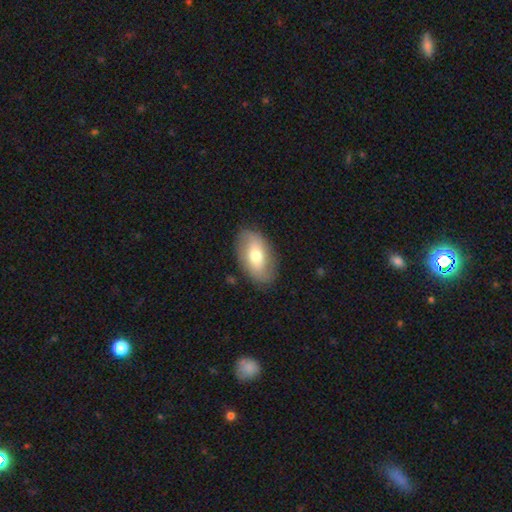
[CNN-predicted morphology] This appears to be a smooth galaxy with no disk features (59%) that is in between round and cigar-shaped (91%). Merging: none (82%).